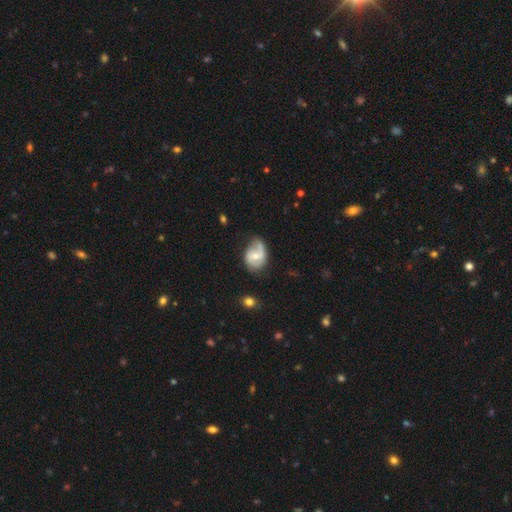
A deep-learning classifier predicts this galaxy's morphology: This is likely a featured or disk galaxy (67%). It is clearly not viewed edge-on (97%). Bar: possibly weak (47%). Spiral arm pattern: clearly yes (85%). Spiral arm count: likely 2 (64%). Spiral winding: marginally medium (40%). Central bulge: possibly moderate (52%). Merging: possibly none (49%).